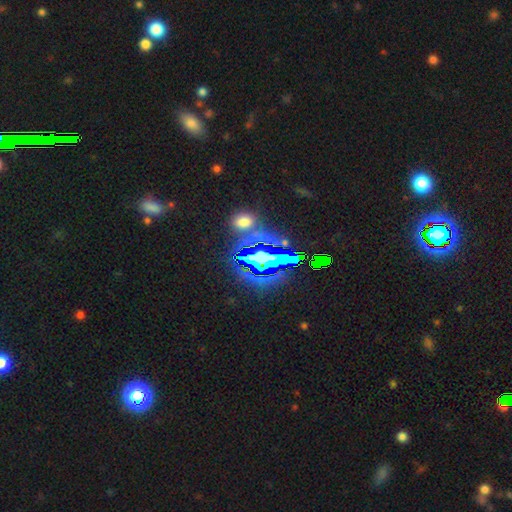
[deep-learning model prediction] smooth-or-featured: star or artifact: 70% | smooth: 19% | featured or disk: 11%